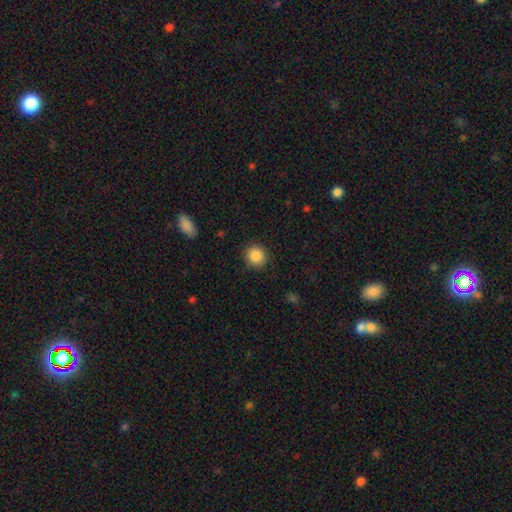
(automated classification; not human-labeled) smooth-or-featured: smooth: 87% | star or artifact: 9% | featured or disk: 4%
  how-rounded: round: 92% | in between: 7% | cigar-shaped: 1%
  merging: none: 90% | minor disturbance: 7% | major disturbance: 2% | merger: 1%